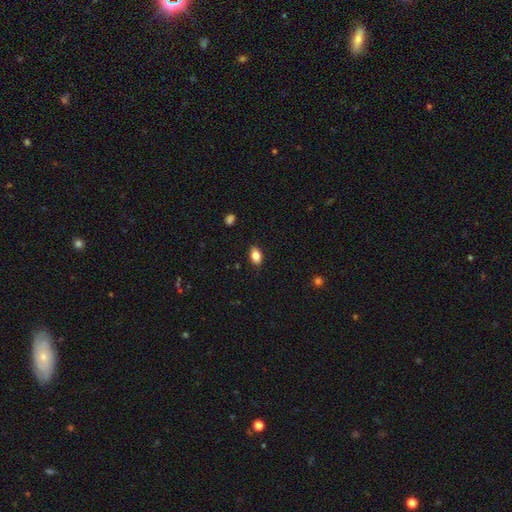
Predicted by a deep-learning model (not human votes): Smooth or featured: smooth — 82% (featured or disk — 9%)
How rounded: in between — 85% (round — 13%)
Merging: none — 87% (minor disturbance — 10%)